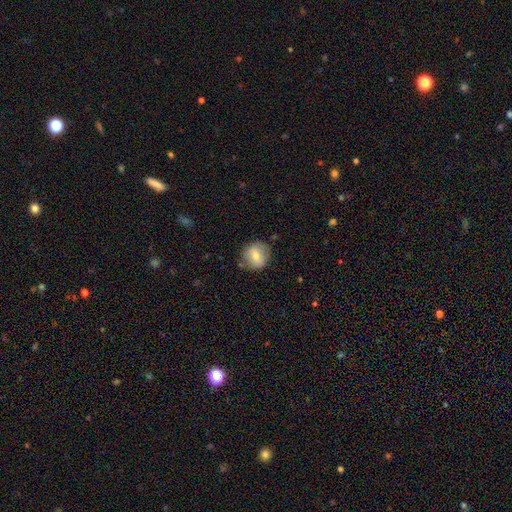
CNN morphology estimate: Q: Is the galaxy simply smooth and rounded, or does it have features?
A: smooth — 67%.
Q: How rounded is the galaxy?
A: round — 84%.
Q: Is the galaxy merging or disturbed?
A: none — 78%.